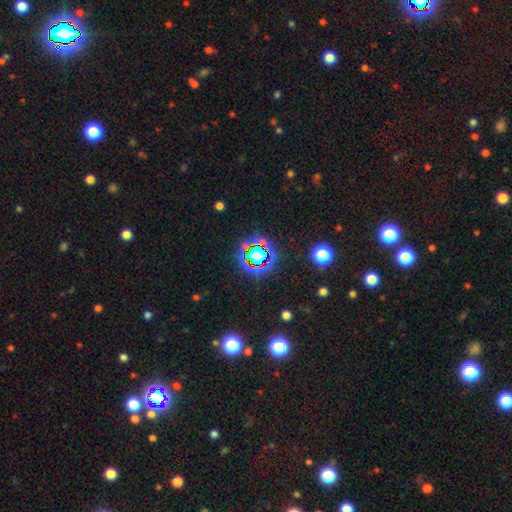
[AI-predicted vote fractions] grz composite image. It shows a star or artifact, not a galaxy (64%).